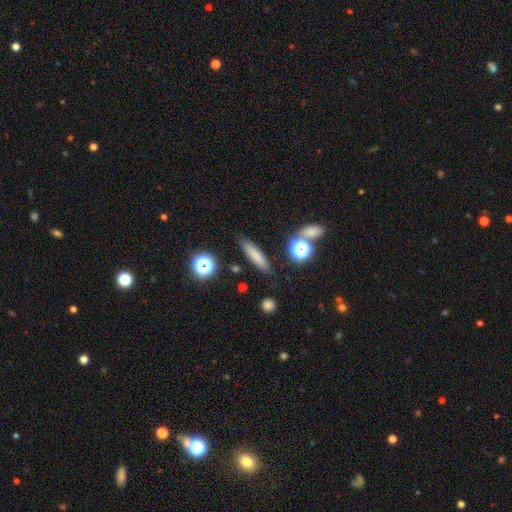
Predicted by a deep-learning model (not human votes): Smooth or featured? smooth (77%)
How rounded? cigar-shaped (80%)
Merging? none (86%)